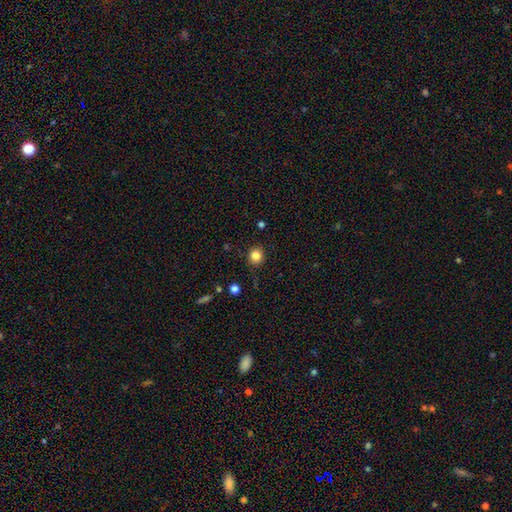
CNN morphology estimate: Q: Smooth or featured?
A: smooth (83%); runner-up: star or artifact (12%)
Q: How rounded?
A: round (87%); runner-up: in between (12%)
Q: Merging?
A: none (86%); runner-up: minor disturbance (10%)